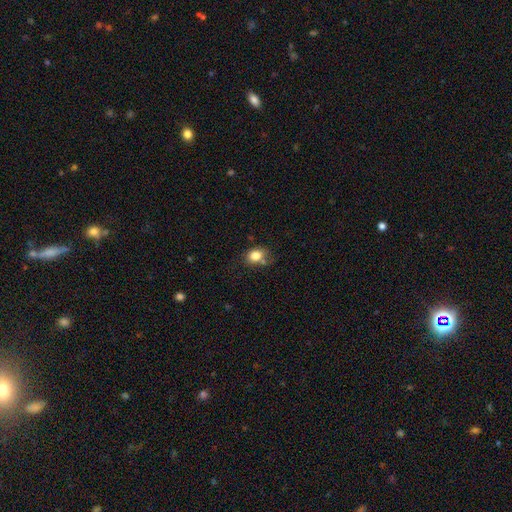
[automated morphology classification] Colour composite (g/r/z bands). It shows a smooth galaxy with no disk features (82%) that is in between round and cigar-shaped (54%). Merging: none (57%).